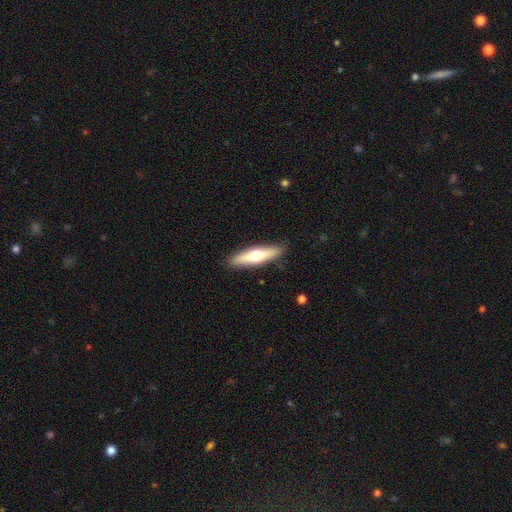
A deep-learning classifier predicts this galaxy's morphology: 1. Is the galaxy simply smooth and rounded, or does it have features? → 49% smooth, 45% featured or disk, 6% star or artifact.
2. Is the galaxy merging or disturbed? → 89% none, 8% minor disturbance, 2% major disturbance, 1% merger.